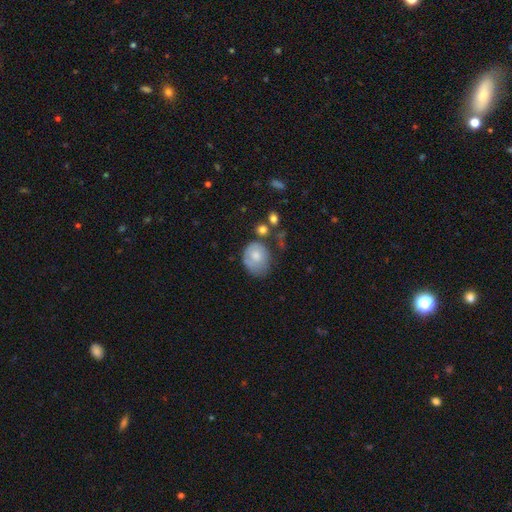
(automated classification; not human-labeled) smooth 67%, featured or disk 26%, star or artifact 7%. Down the decision tree: how rounded — round (56%); merging — none (47%).